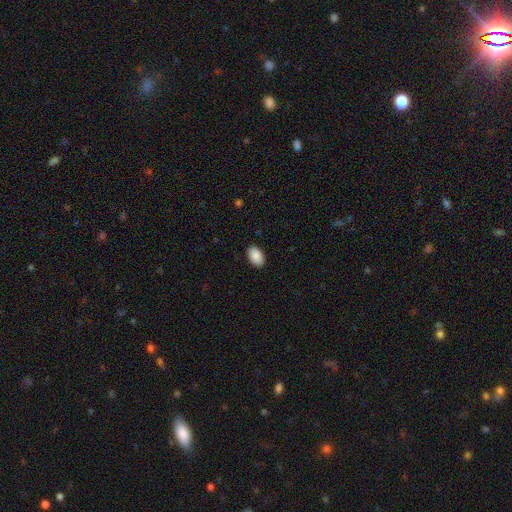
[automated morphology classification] Overall: smooth (90%). How rounded: in between (91%). Merging: none (89%).